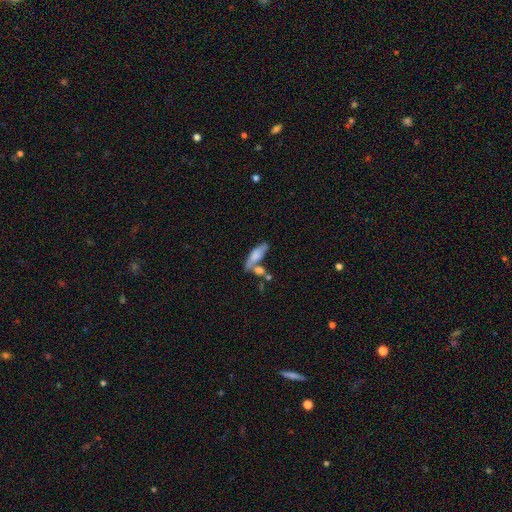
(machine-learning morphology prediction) smooth_or_featured: smooth (p=0.65) [alt: featured or disk p=0.27]
how_rounded: in between (p=0.59) [alt: cigar-shaped p=0.38]
merging: merger (p=0.37) [alt: none p=0.35]